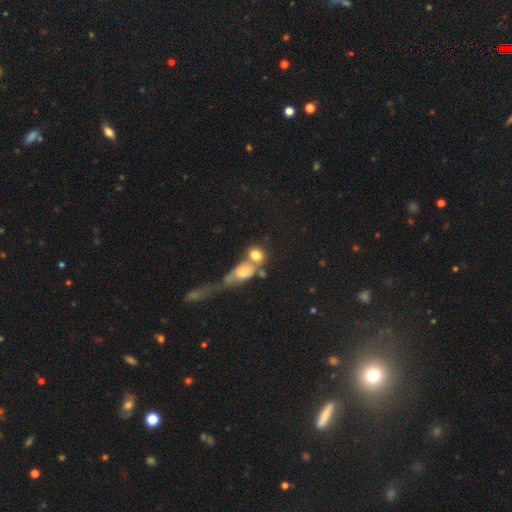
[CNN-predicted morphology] This appears to be a smooth galaxy with no disk features (70%) that is in between round and cigar-shaped (50%). Merging: merger (58%).